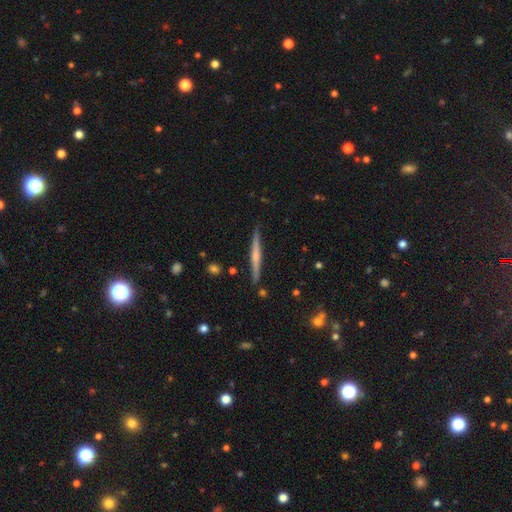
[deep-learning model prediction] featured or disk 62%, smooth 32%, star or artifact 6%. Down the decision tree: edge-on disk — yes (98%); edge-on bulge — rounded (53%); merging — none (89%).